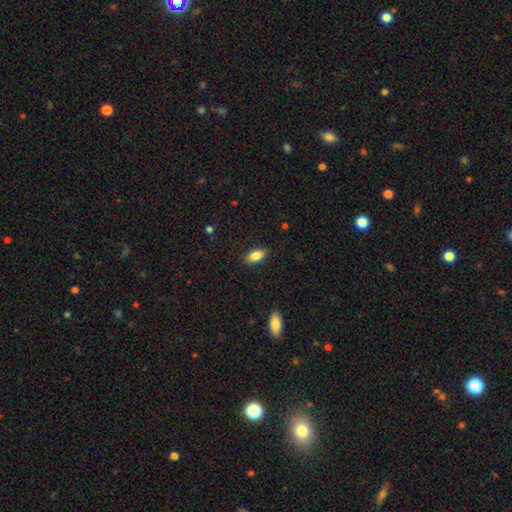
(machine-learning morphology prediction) smooth_or_featured: smooth (p=0.78) [alt: featured or disk p=0.14]
how_rounded: in between (p=0.86) [alt: cigar-shaped p=0.10]
merging: none (p=0.86) [alt: minor disturbance p=0.11]